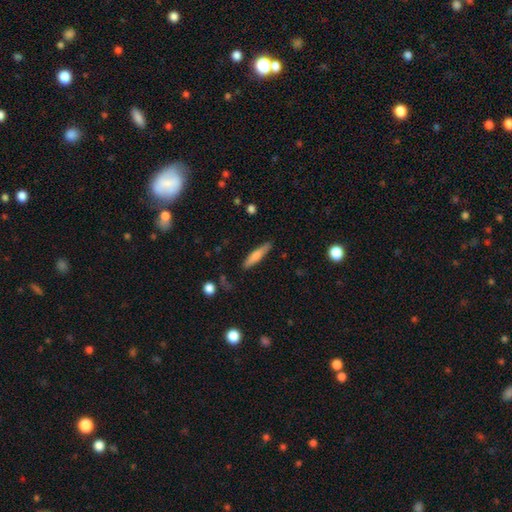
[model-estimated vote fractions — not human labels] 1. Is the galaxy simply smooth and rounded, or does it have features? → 71% smooth, 23% featured or disk, 6% star or artifact.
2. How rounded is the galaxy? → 83% cigar-shaped, 15% in between, 2% round.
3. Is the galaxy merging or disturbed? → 84% none, 12% minor disturbance, 3% major disturbance, 2% merger.